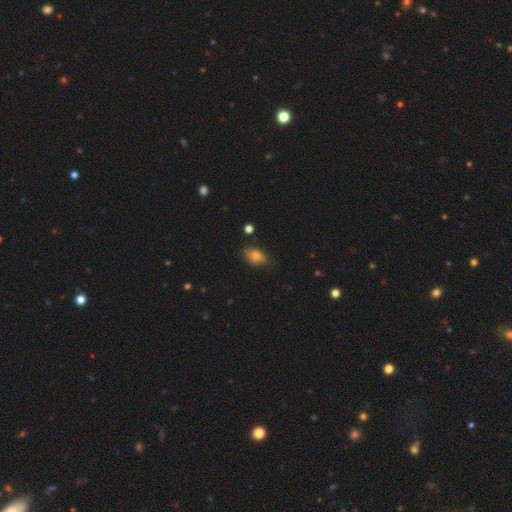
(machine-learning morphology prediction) smooth_or_featured: smooth (p=0.77) [alt: featured or disk p=0.12]
how_rounded: in between (p=0.83) [alt: round p=0.12]
merging: none (p=0.73) [alt: minor disturbance p=0.21]